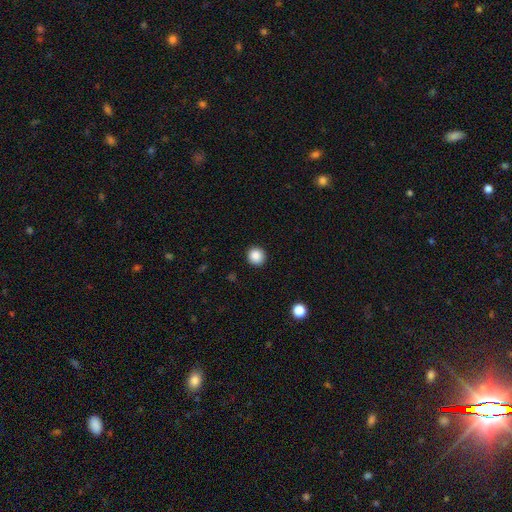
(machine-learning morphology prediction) Smooth or featured? Predicted: smooth (p=0.88). How rounded? Predicted: round (p=0.91). Merging? Predicted: none (p=0.92).